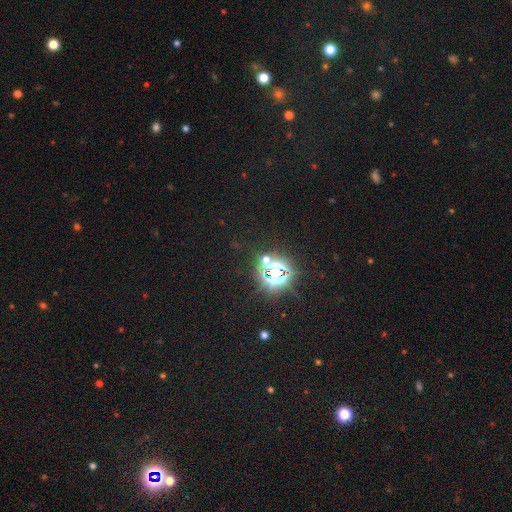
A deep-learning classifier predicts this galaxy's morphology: smooth-or-featured: star or artifact: 77% | smooth: 17% | featured or disk: 6%